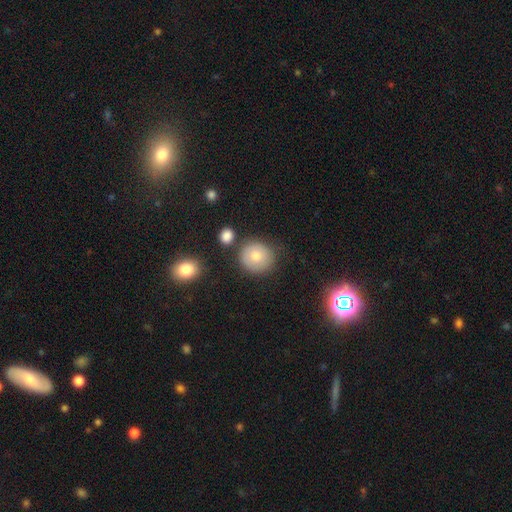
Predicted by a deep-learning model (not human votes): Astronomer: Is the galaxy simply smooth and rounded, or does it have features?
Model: smooth — 78%.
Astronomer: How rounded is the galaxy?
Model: round — 89%.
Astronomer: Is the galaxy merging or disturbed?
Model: none — 76%.